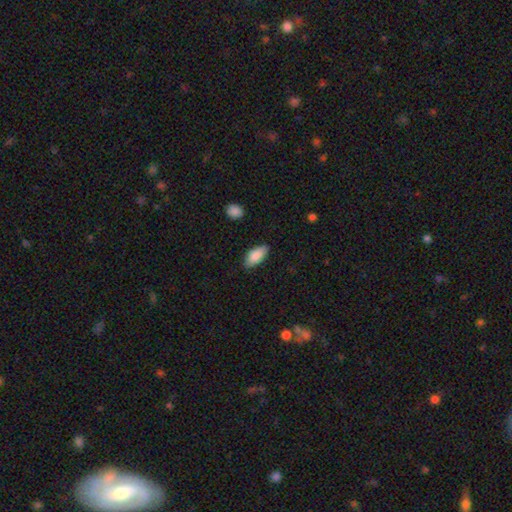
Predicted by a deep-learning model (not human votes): smooth-or-featured: smooth: 87% | featured or disk: 7% | star or artifact: 6%
  how-rounded: in between: 88% | cigar-shaped: 10% | round: 2%
  merging: none: 78% | minor disturbance: 17% | major disturbance: 3% | merger: 1%